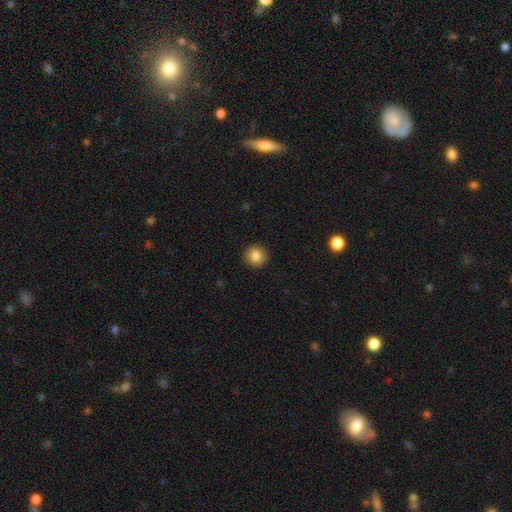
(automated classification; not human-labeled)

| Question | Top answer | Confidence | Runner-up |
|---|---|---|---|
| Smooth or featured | smooth | 85% | star or artifact (10%) |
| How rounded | round | 92% | in between (8%) |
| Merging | none | 92% | minor disturbance (6%) |